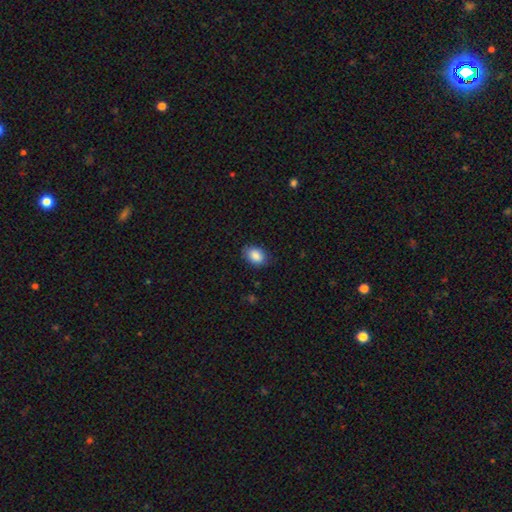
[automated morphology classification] type=smooth (88%); roundness=in between (78%); merging=none (82%).